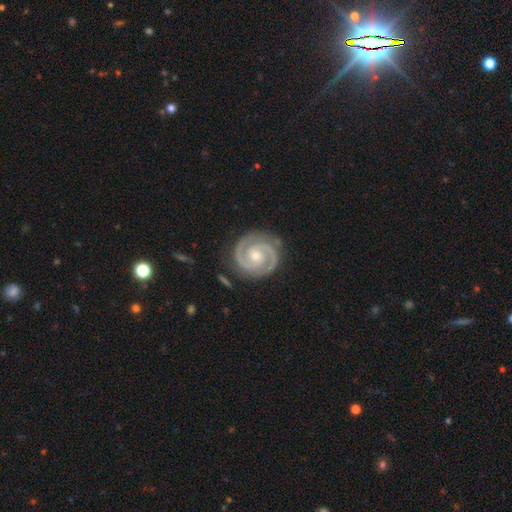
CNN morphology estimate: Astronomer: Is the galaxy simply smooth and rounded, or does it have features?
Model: featured or disk — 93%.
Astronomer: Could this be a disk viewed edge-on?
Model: no — 98%.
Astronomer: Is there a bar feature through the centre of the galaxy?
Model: no — 61%.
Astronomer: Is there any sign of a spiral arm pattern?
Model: yes — 99%.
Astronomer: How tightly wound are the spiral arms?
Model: tight — 73%.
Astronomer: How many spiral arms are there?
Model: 2 — 93%.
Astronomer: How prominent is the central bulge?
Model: moderate — 53% (runner-up: small, 43%).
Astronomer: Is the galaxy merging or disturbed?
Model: none — 86%.